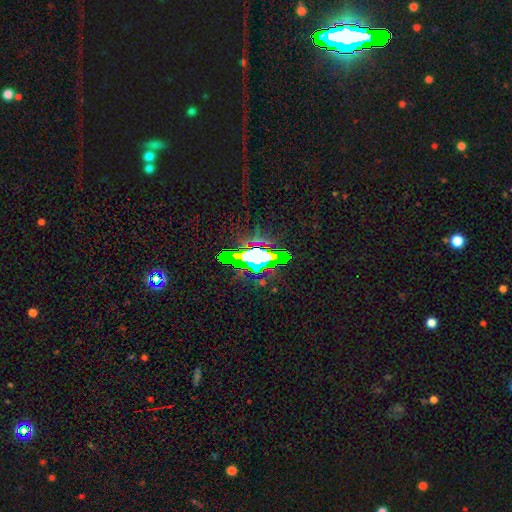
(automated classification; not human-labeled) Smooth or featured?
  - star or artifact: 53% *
  - smooth: 24%
  - featured or disk: 23%